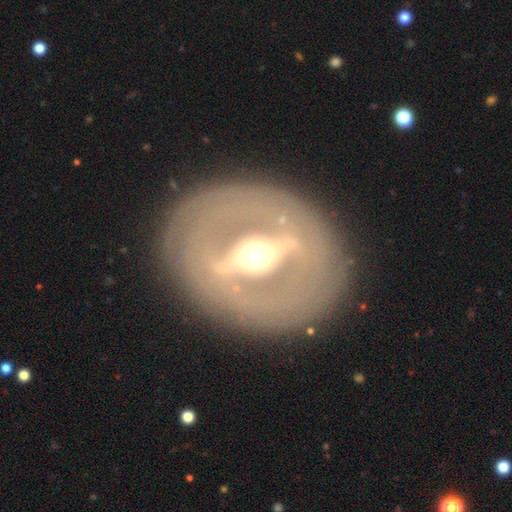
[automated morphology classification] Smooth or featured? Predicted: featured or disk (p=0.84). Edge-on disk? Predicted: no (p=0.69). Bar? Predicted: strong (p=0.83). Spiral arms? Predicted: no (p=0.72). Bulge size? Predicted: moderate (p=0.70). Merging? Predicted: none (p=0.86).